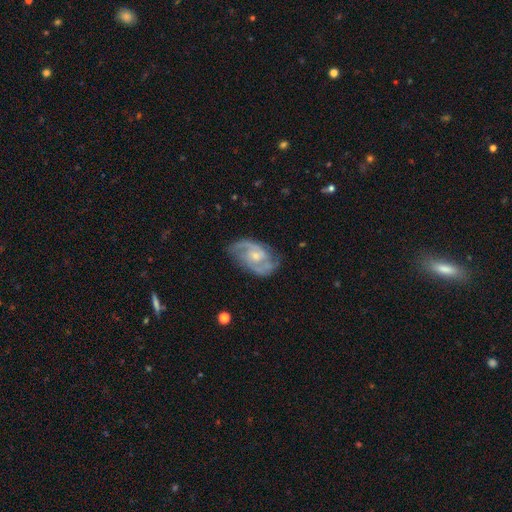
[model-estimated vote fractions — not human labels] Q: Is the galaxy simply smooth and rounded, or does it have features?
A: featured or disk — 86%.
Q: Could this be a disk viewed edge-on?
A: no — 97%.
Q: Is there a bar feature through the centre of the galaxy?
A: no — 54%.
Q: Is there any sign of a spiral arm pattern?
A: yes — 96%.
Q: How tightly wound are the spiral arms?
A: medium — 53%.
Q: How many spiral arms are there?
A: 2 — 84%.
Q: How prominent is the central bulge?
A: small — 58%.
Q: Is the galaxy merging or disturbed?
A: none — 73%.